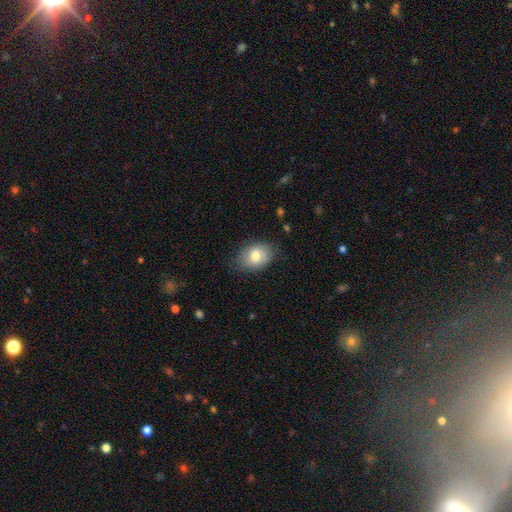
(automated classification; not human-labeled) This appears to be a smooth galaxy with no disk features (75%) that is in between round and cigar-shaped (71%). Merging: none (77%).